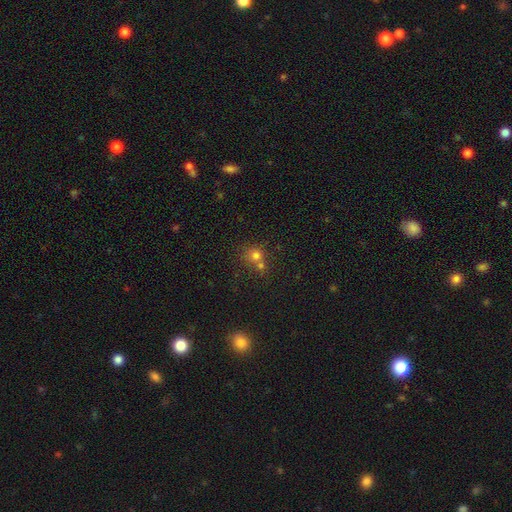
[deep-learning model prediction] Smooth or featured? smooth (72%)
How rounded? round (85%)
Merging? none (47%)